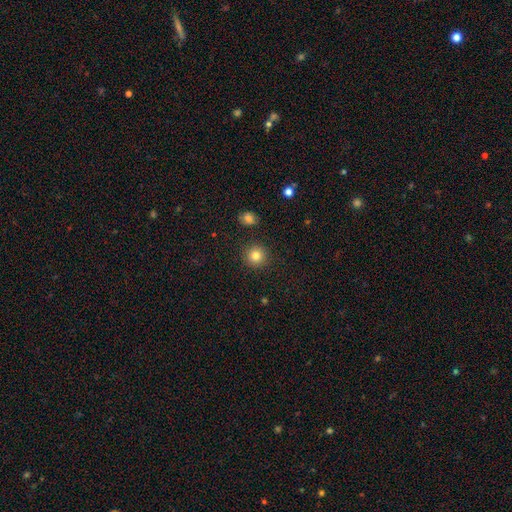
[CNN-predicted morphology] smooth 83%, star or artifact 11%, featured or disk 6%. Down the decision tree: how rounded — round (94%); merging — none (91%).